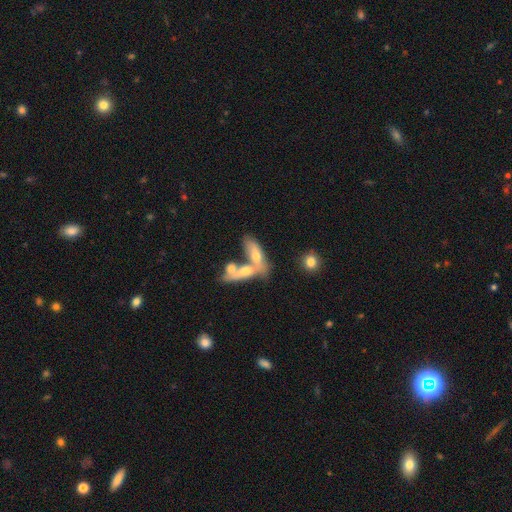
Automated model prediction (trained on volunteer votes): smooth-or-featured: smooth: 56% | featured or disk: 37% | star or artifact: 8%
  how-rounded: in between: 63% | cigar-shaped: 33% | round: 4%
  merging: merger: 61% | none: 25% | minor disturbance: 9% | major disturbance: 5%